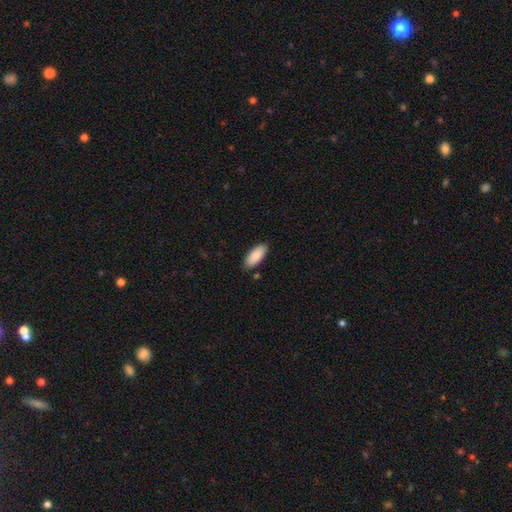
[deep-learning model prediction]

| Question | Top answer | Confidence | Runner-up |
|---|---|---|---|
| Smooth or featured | smooth | 86% | featured or disk (8%) |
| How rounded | in between | 86% | cigar-shaped (12%) |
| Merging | none | 86% | minor disturbance (11%) |